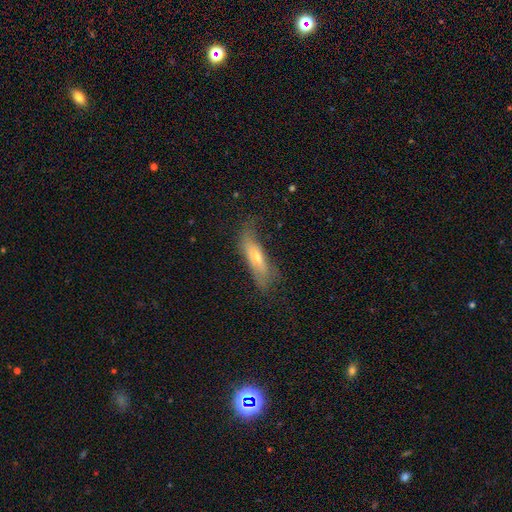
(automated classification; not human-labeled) A smooth galaxy with no disk features (46%).

Vote fractions:
- Smooth or featured? smooth: 46% / featured or disk: 45% / star or artifact: 9%
- Merging? none: 59% / minor disturbance: 27% / major disturbance: 12% / merger: 2%